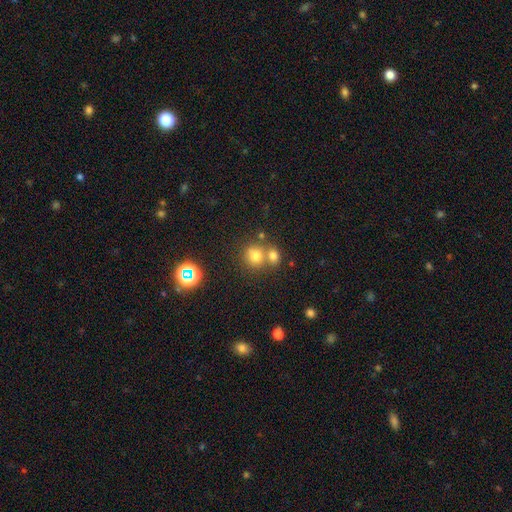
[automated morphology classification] Smooth or featured? smooth (73%)
How rounded? round (81%)
Merging? none (50%)